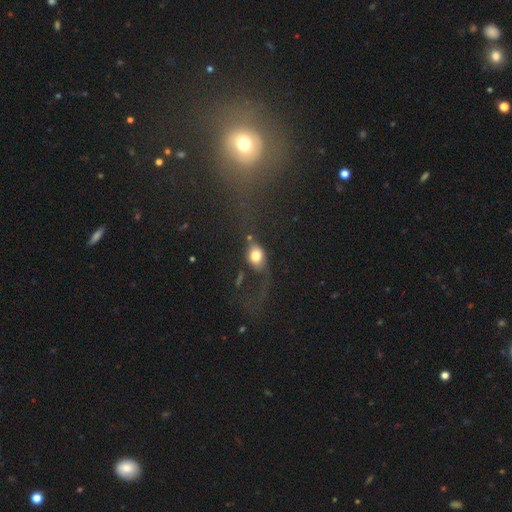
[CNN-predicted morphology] smooth-or-featured: smooth: 65% | featured or disk: 25% | star or artifact: 10%
  how-rounded: in between: 62% | round: 35% | cigar-shaped: 4%
  merging: none: 38% | major disturbance: 35% | minor disturbance: 19% | merger: 8%